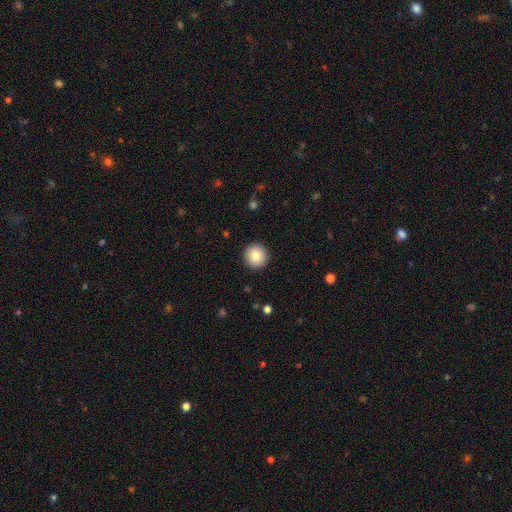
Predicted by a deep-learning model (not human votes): A smooth galaxy with no disk features (83%) that is round (95%). Merging: none (92%).